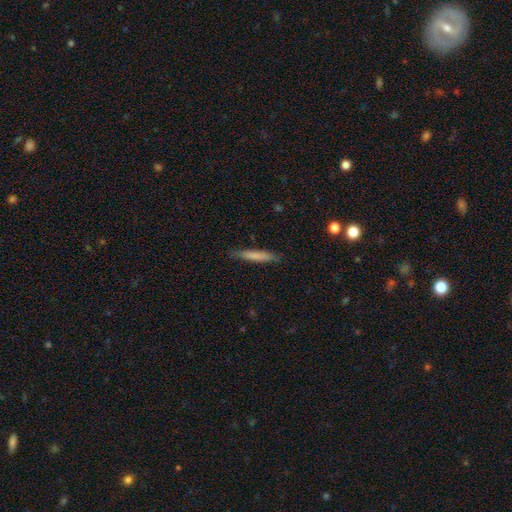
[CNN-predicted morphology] Smooth or featured: smooth — 74% (featured or disk — 20%)
How rounded: cigar-shaped — 94% (in between — 5%)
Merging: none — 86% (minor disturbance — 10%)